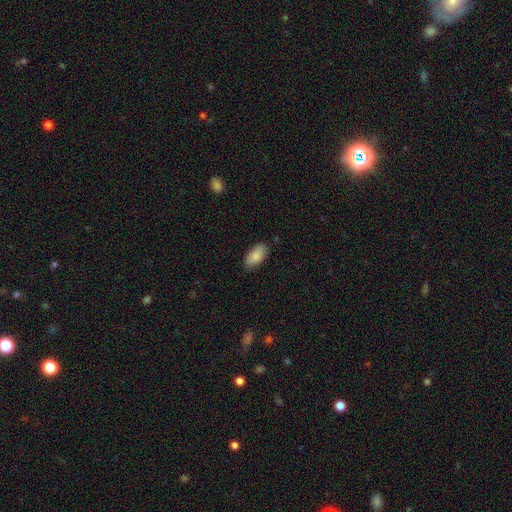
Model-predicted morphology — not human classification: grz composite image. It shows a smooth galaxy with no disk features (88%) that is in between round and cigar-shaped (93%). Merging: none (83%).